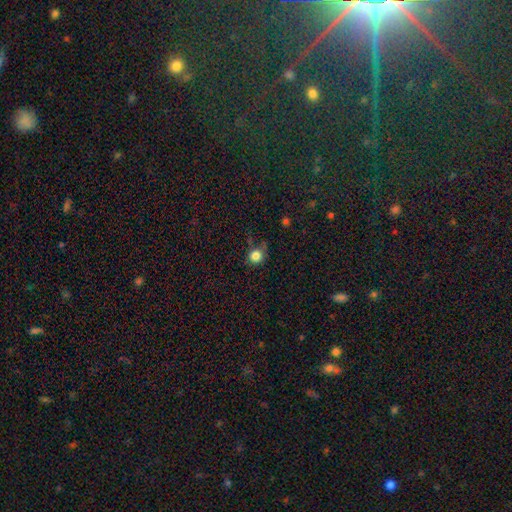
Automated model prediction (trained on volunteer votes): Smooth or featured: smooth — 82% (star or artifact — 11%)
How rounded: round — 84% (in between — 15%)
Merging: none — 61% (minor disturbance — 25%)